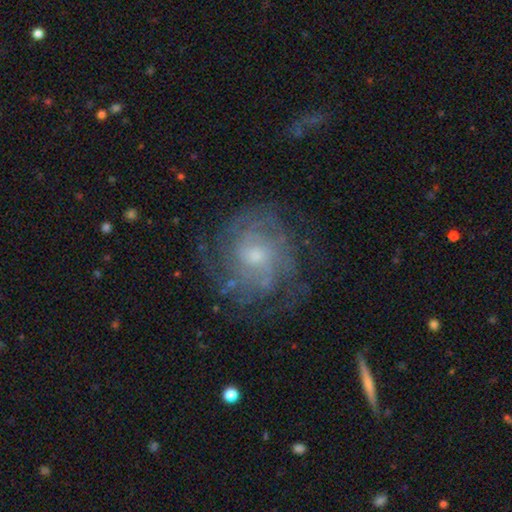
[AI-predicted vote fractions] Q: Smooth or featured?
A: featured or disk (77%); runner-up: smooth (15%)
Q: Edge-on disk?
A: no (97%); runner-up: yes (3%)
Q: Bar?
A: no (70%); runner-up: weak (26%)
Q: Spiral arms?
A: yes (86%); runner-up: no (14%)
Q: Spiral winding?
A: tight (55%); runner-up: medium (34%)
Q: Spiral arm count?
A: can't tell (45%); runner-up: 2 (19%)
Q: Bulge size?
A: small (55%); runner-up: moderate (39%)
Q: Merging?
A: none (69%); runner-up: minor disturbance (17%)